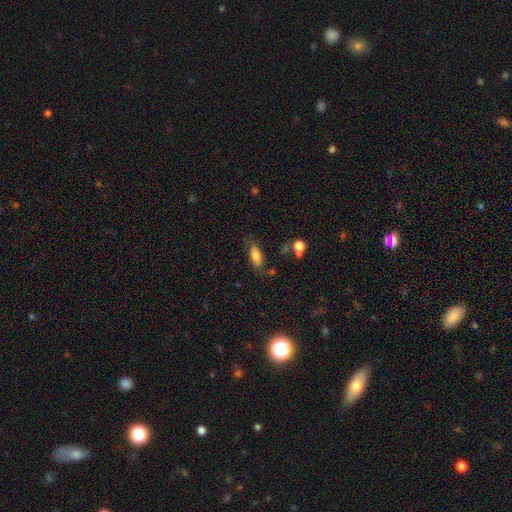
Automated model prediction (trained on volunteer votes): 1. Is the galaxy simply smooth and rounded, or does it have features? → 77% smooth, 15% featured or disk, 8% star or artifact.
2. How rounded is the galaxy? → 80% in between, 17% cigar-shaped, 3% round.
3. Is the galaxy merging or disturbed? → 70% none, 19% minor disturbance, 6% major disturbance, 4% merger.